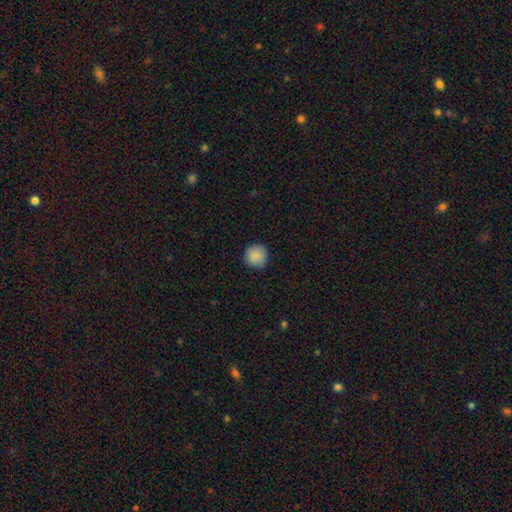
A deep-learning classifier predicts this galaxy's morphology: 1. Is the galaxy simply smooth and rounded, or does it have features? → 89% smooth, 8% star or artifact, 4% featured or disk.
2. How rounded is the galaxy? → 95% round, 4% in between, 1% cigar-shaped.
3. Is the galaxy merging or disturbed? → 89% none, 8% minor disturbance, 2% major disturbance, 1% merger.